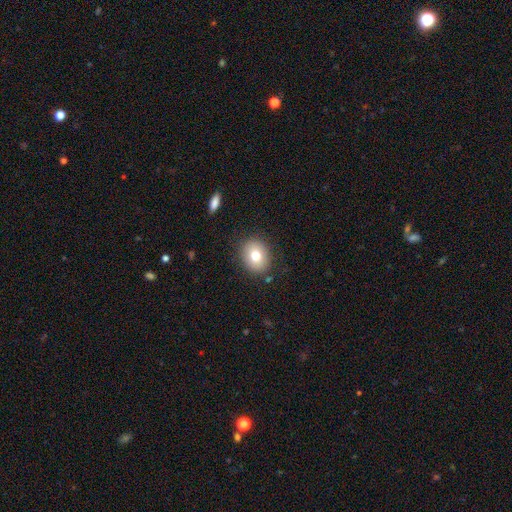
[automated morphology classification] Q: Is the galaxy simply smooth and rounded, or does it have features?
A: smooth — 75%.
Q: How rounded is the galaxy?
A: round — 58%.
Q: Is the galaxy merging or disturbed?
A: none — 86%.